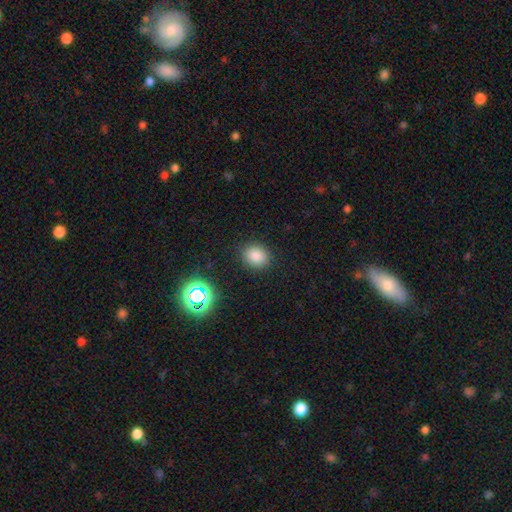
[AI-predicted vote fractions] Morphology: type=smooth (81%); roundness=round (61%); merging=none (87%).